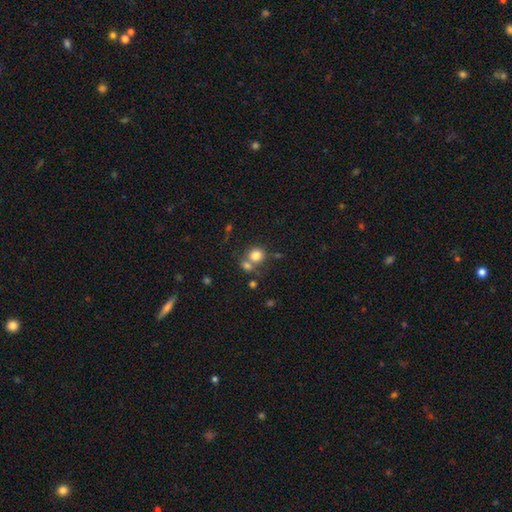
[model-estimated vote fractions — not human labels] A smooth galaxy with no disk features (79%) that is round (83%). Merging: none (53%).